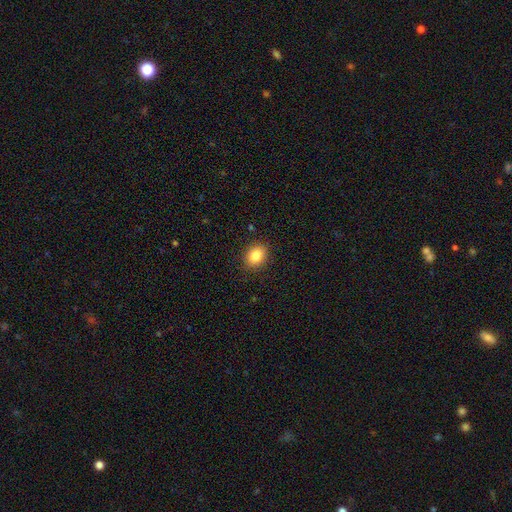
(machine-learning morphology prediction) Smooth or featured?
  - smooth: 85% *
  - star or artifact: 9%
  - featured or disk: 6%
How rounded?
  - in between: 52% *
  - round: 47%
  - cigar-shaped: 1%
Merging?
  - none: 87% *
  - minor disturbance: 9%
  - major disturbance: 3%
  - merger: 1%